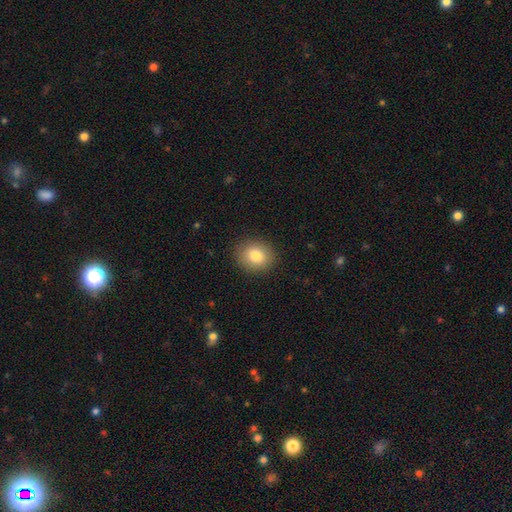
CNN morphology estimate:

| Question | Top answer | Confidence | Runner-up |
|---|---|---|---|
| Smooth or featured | smooth | 83% | star or artifact (9%) |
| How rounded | round | 71% | in between (28%) |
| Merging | none | 89% | minor disturbance (7%) |